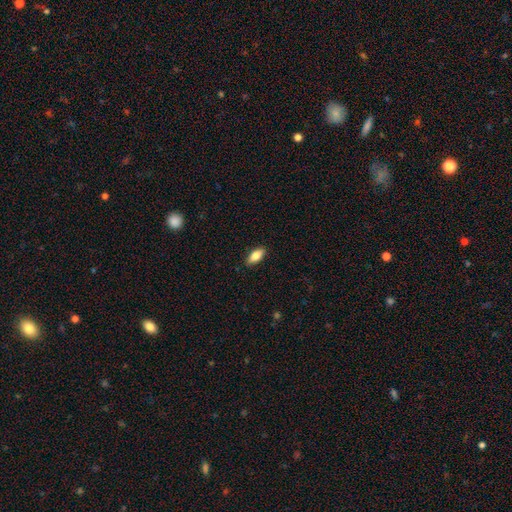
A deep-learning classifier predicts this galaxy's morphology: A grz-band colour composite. It shows a smooth galaxy with no disk features (78%) that is in between round and cigar-shaped (82%). Merging: none (87%).